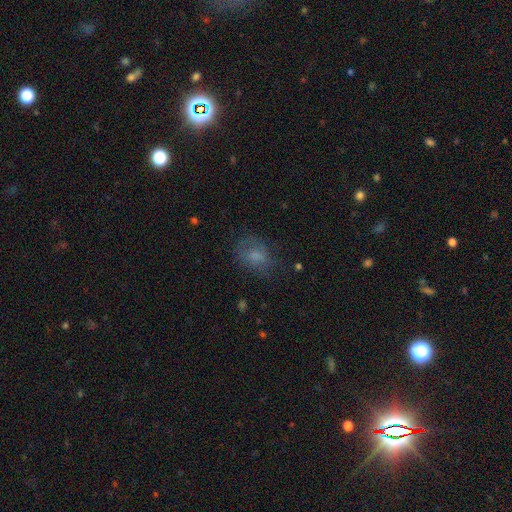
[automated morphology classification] Smooth or featured: smooth — 65% (featured or disk — 21%)
How rounded: in between — 67% (round — 32%)
Merging: none — 57% (minor disturbance — 24%)